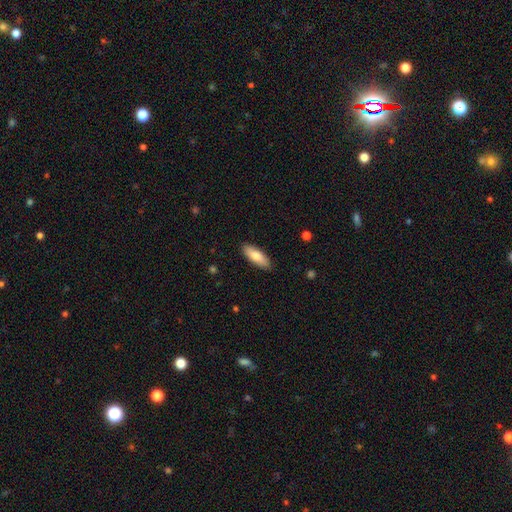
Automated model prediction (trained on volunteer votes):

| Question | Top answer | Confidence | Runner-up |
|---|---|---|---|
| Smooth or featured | smooth | 78% | featured or disk (16%) |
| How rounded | in between | 68% | cigar-shaped (30%) |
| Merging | none | 89% | minor disturbance (9%) |